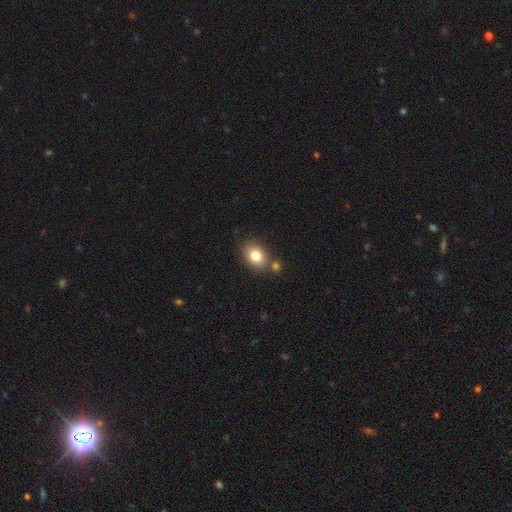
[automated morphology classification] smooth-or-featured: smooth: 82% | featured or disk: 9% | star or artifact: 9%
  how-rounded: in between: 71% | round: 28% | cigar-shaped: 1%
  merging: none: 68% | merger: 16% | minor disturbance: 13% | major disturbance: 3%